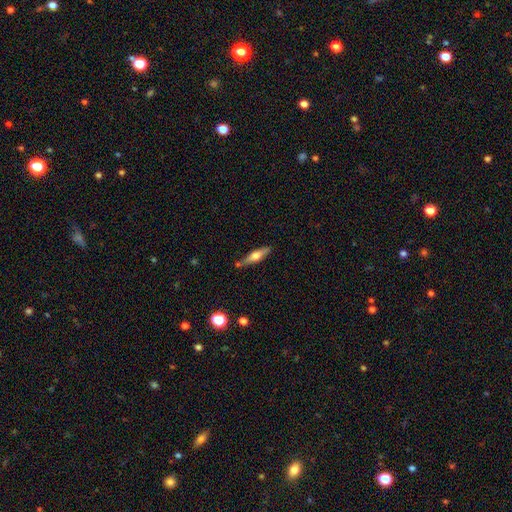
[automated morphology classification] A featured or disk galaxy (50%). Merging: none (78%).